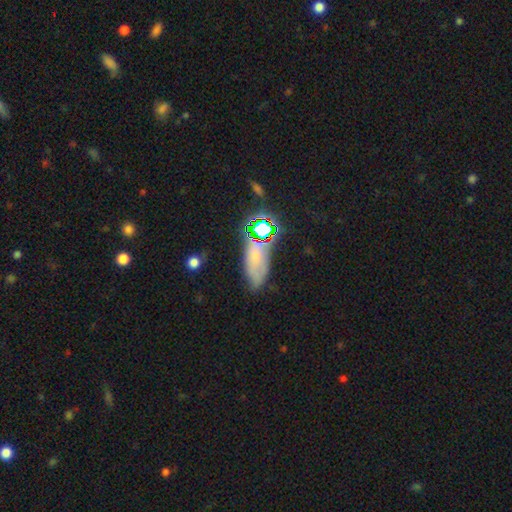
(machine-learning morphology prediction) This is possibly a smooth galaxy (46%). Merging: possibly none (54%).